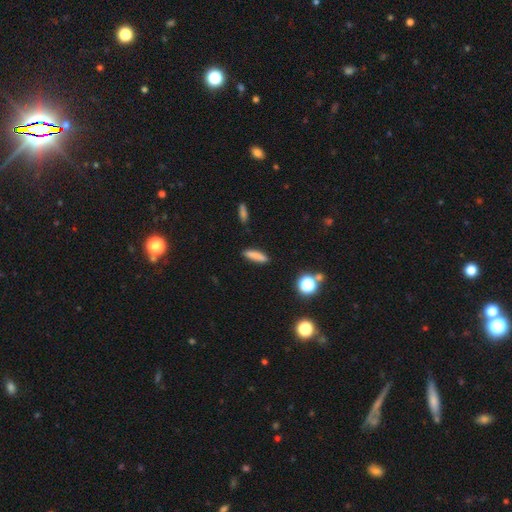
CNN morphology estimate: A smooth galaxy with no disk features (82%) that is cigar-shaped (75%).

Vote fractions:
- Smooth or featured? smooth: 82% / star or artifact: 10% / featured or disk: 8%
- How rounded? cigar-shaped: 75% / in between: 22% / round: 3%
- Merging? none: 87% / minor disturbance: 9% / major disturbance: 2% / merger: 2%